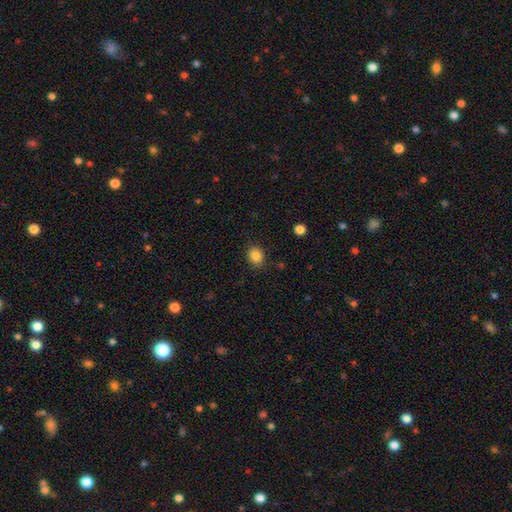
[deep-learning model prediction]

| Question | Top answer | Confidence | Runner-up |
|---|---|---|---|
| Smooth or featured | smooth | 85% | star or artifact (10%) |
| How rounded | round | 62% | in between (37%) |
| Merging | none | 87% | minor disturbance (9%) |